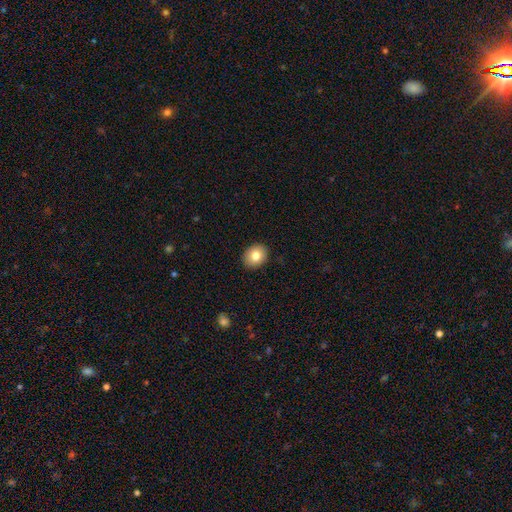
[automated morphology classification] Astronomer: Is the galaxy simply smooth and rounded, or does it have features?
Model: smooth — 81%.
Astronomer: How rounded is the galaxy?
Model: in between — 55% (runner-up: round, 45%).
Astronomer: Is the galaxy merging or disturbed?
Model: none — 91%.